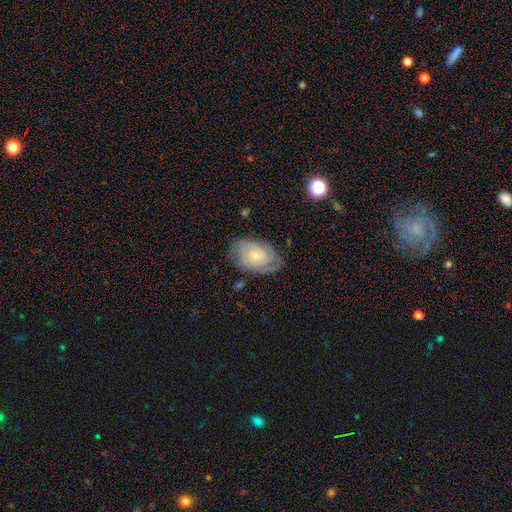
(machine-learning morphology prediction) featured or disk 72%, smooth 20%, star or artifact 7%. Down the decision tree: edge-on disk — no (96%); bar — no (71%); spiral arms — yes (93%); spiral arm count — can't tell (36%); spiral winding — tight (68%); bulge size — small (66%); merging — none (72%).